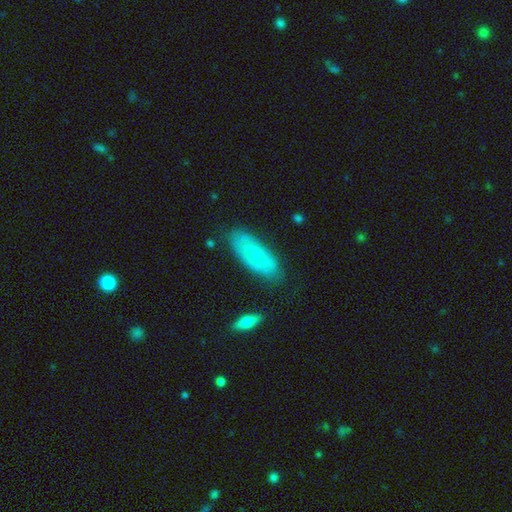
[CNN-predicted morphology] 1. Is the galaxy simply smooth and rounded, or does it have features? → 51% smooth, 42% featured or disk, 7% star or artifact.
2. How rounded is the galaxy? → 82% in between, 15% cigar-shaped, 3% round.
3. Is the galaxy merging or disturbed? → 73% none, 20% minor disturbance, 4% major disturbance, 2% merger.